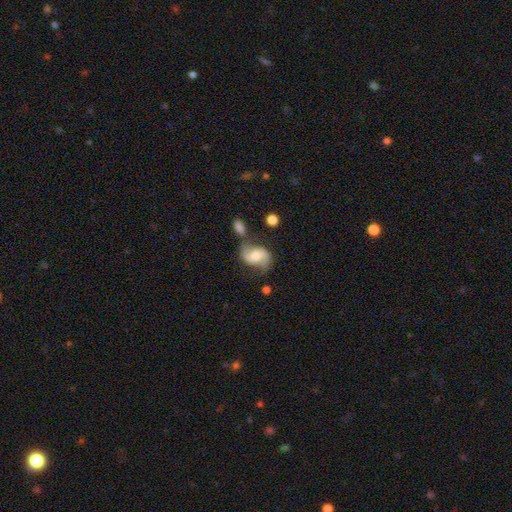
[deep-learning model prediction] Smooth or featured? Predicted: featured or disk (p=0.67). Edge-on disk? Predicted: no (p=0.97). Bar? Predicted: no (p=0.47). Spiral arms? Predicted: yes (p=0.90). Spiral winding? Predicted: loose (p=0.49). Spiral arm count? Predicted: 2 (p=0.89). Bulge size? Predicted: moderate (p=0.61). Merging? Predicted: none (p=0.52).